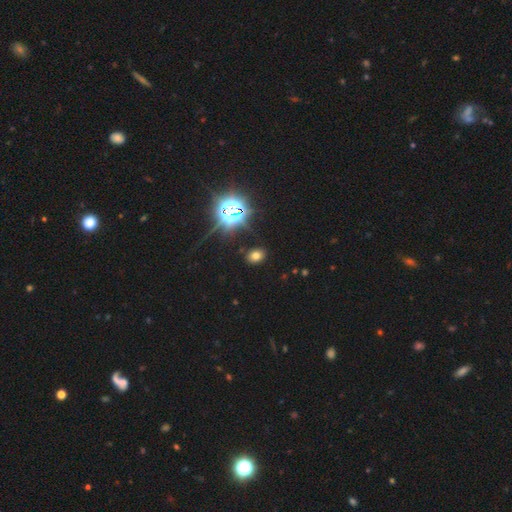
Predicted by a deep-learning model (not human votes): Smooth or featured? Predicted: smooth (p=0.62). How rounded? Predicted: in between (p=0.64). Merging? Predicted: none (p=0.87).